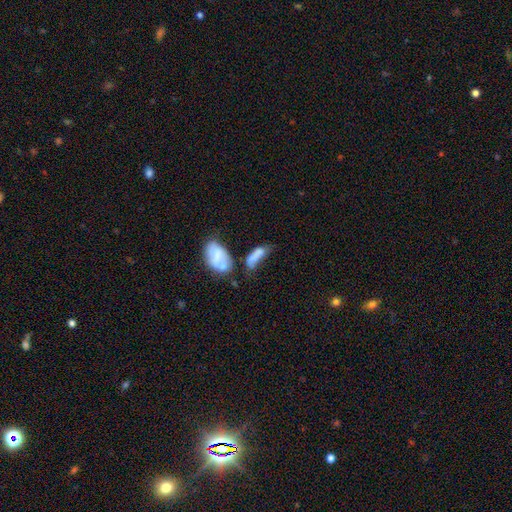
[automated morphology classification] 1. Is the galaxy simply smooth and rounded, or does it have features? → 68% smooth, 22% featured or disk, 10% star or artifact.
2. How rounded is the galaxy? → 74% in between, 22% cigar-shaped, 4% round.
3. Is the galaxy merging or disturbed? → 32% merger, 24% none, 23% major disturbance, 22% minor disturbance.